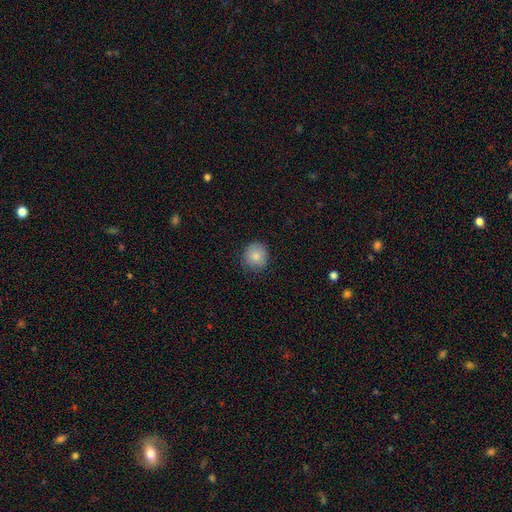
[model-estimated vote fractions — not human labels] Smooth or featured: smooth — 84% (star or artifact — 9%)
How rounded: round — 89% (in between — 10%)
Merging: none — 84% (minor disturbance — 12%)